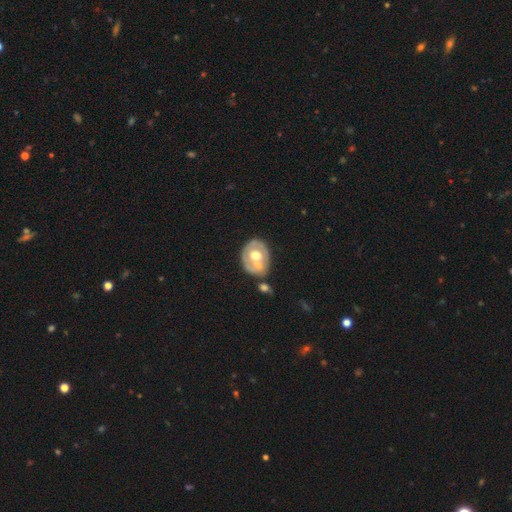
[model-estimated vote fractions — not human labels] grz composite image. It shows a featured or disk galaxy (56%) with no bar (79%), no spiral arms (78%) and a moderate central bulge (75%). Merging: none (46%).